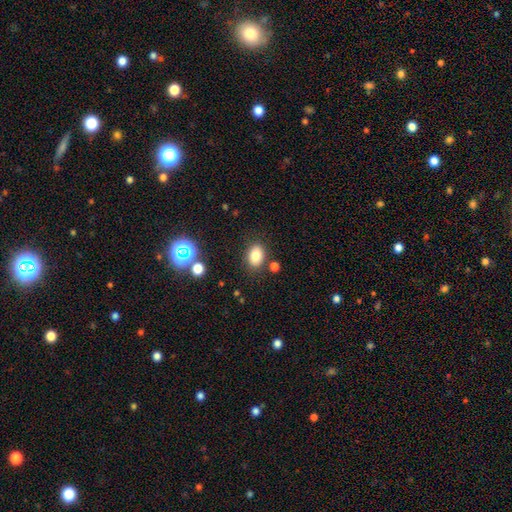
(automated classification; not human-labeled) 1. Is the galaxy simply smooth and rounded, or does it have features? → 81% smooth, 11% star or artifact, 8% featured or disk.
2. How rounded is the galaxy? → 76% in between, 23% round, 1% cigar-shaped.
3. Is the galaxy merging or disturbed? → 82% none, 10% minor disturbance, 5% merger, 3% major disturbance.